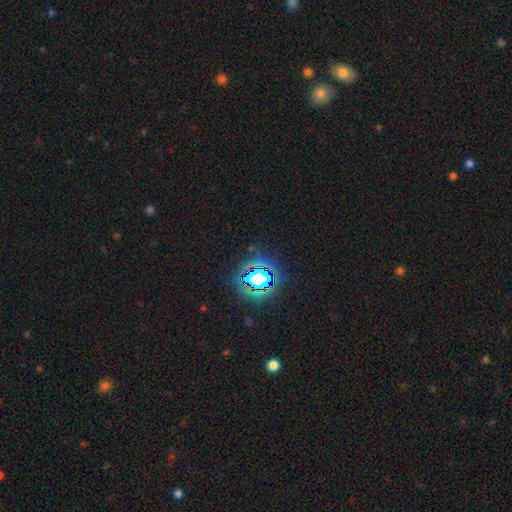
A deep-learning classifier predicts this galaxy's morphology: This appears to be a star or artifact, not a galaxy (81%).